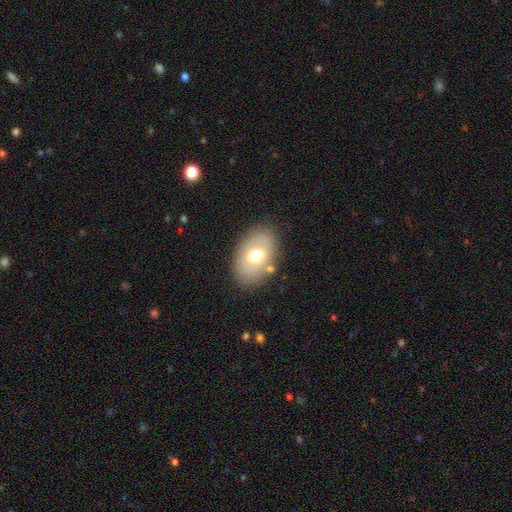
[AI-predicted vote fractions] Smooth or featured? Predicted: smooth (p=0.57). How rounded? Predicted: in between (p=0.84). Merging? Predicted: none (p=0.77).